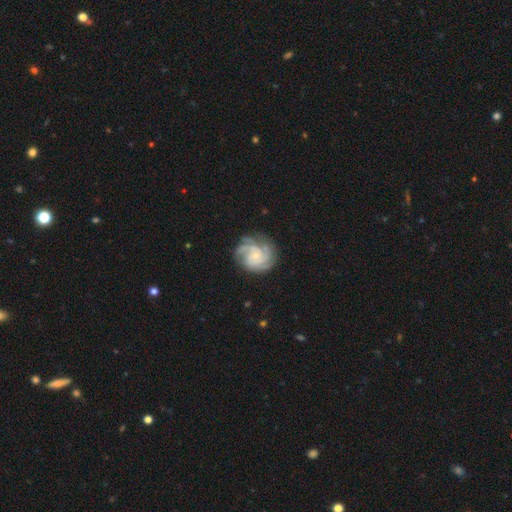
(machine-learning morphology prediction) Smooth or featured? Predicted: featured or disk (p=0.88). Edge-on disk? Predicted: no (p=0.98). Bar? Predicted: no (p=0.72). Spiral arms? Predicted: yes (p=0.98). Spiral winding? Predicted: tight (p=0.61). Spiral arm count? Predicted: 3 (p=0.42). Bulge size? Predicted: small (p=0.73). Merging? Predicted: none (p=0.76).